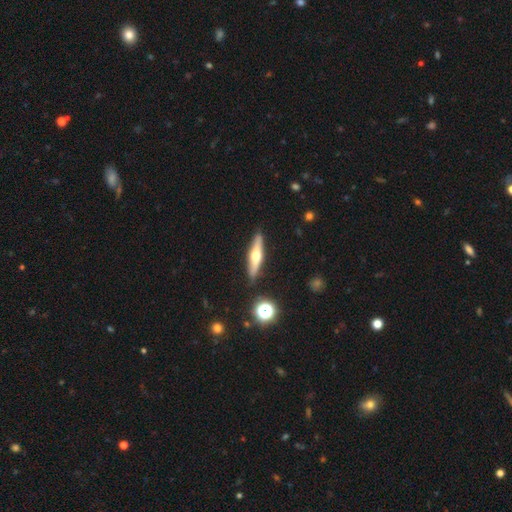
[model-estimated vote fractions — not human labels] featured or disk 58%, smooth 35%, star or artifact 7%. Down the decision tree: edge-on disk — yes (93%); edge-on bulge — rounded (93%); merging — none (88%).